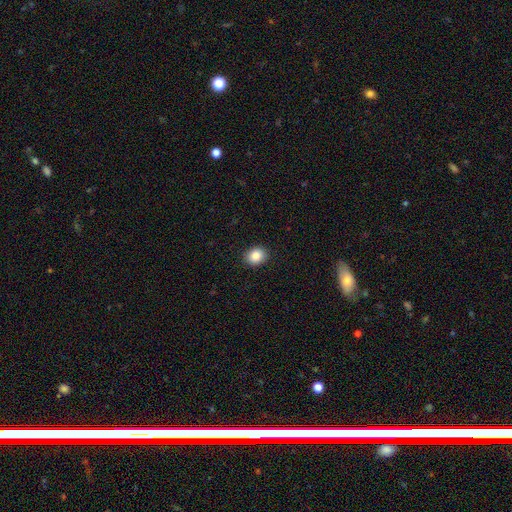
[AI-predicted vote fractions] The model was most divided on "how rounded": round: 57%, in between: 42%, cigar-shaped: 1%. More confident: merging — none (91%); smooth or featured — smooth (87%).